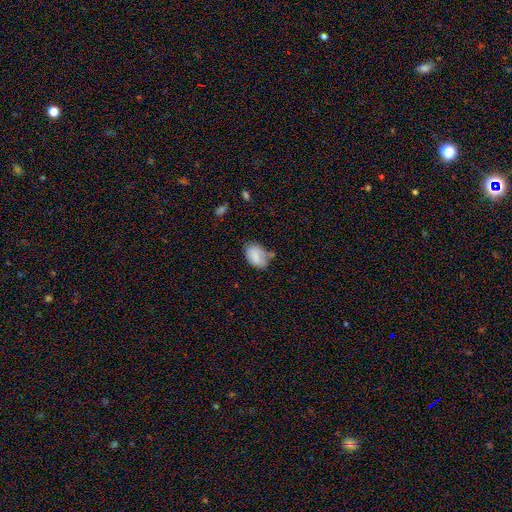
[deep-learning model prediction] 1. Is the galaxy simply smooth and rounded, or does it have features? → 81% smooth, 12% featured or disk, 8% star or artifact.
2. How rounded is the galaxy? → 86% in between, 13% round, 1% cigar-shaped.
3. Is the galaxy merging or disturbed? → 48% none, 32% minor disturbance, 10% merger, 10% major disturbance.